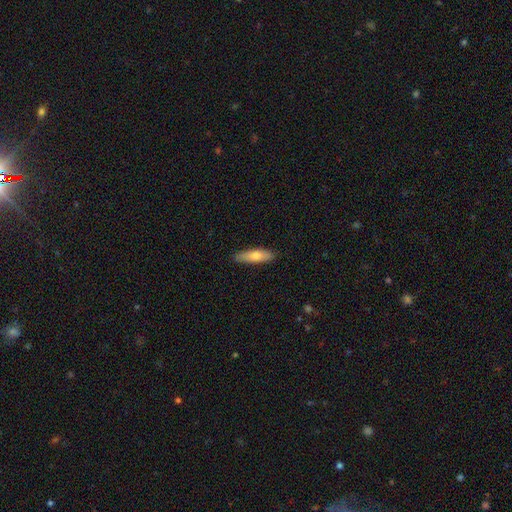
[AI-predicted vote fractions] Morphology: type=smooth (68%); roundness=cigar-shaped (67%); merging=none (88%).